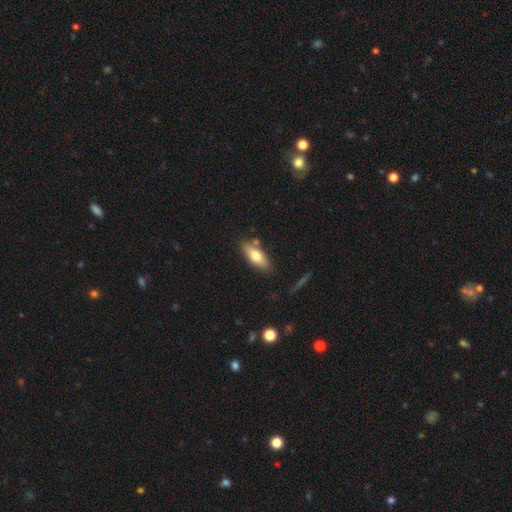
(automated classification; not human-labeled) Q: Smooth or featured?
A: smooth (69%); runner-up: featured or disk (25%)
Q: How rounded?
A: in between (72%); runner-up: cigar-shaped (26%)
Q: Merging?
A: none (78%); runner-up: minor disturbance (14%)